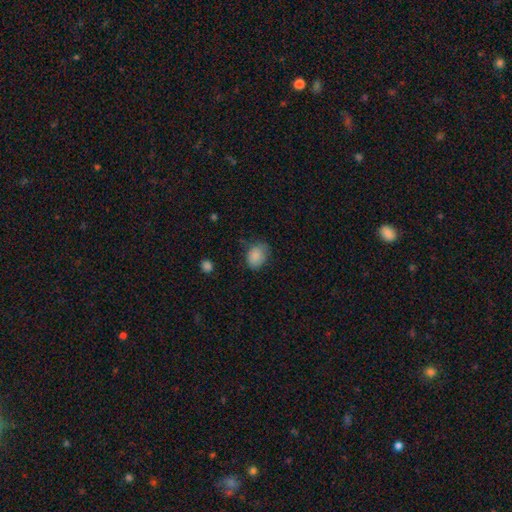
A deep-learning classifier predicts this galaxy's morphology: Smooth or featured? Predicted: smooth (p=0.86). How rounded? Predicted: in between (p=0.63). Merging? Predicted: none (p=0.64).